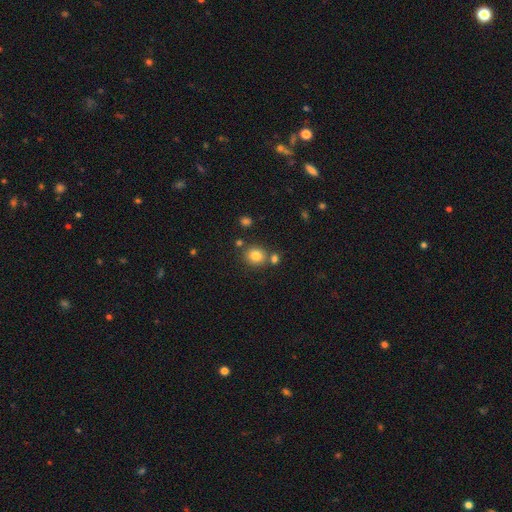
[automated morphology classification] This is clearly a smooth galaxy (81%). How rounded: likely round (77%). Merging: likely none (73%).